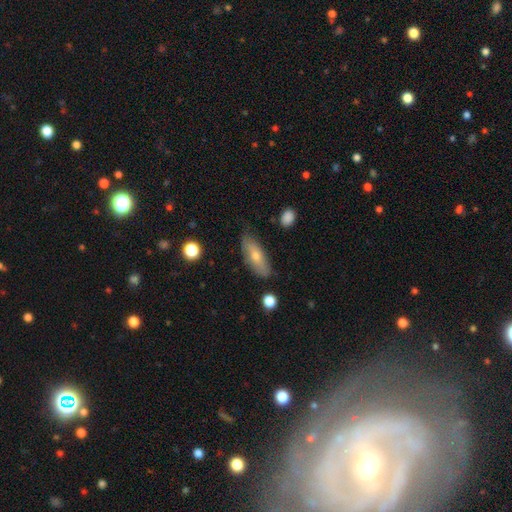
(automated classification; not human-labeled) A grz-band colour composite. It shows a smooth galaxy with no disk features (59%) that is in between round and cigar-shaped (64%). Merging: none (79%).